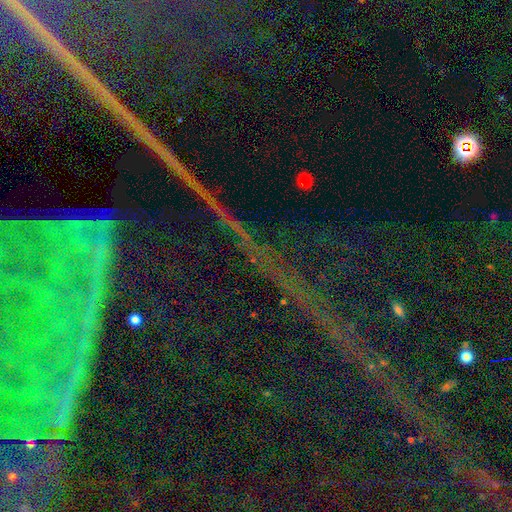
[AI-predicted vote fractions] Smooth or featured?
  - star or artifact: 81% *
  - featured or disk: 11%
  - smooth: 8%